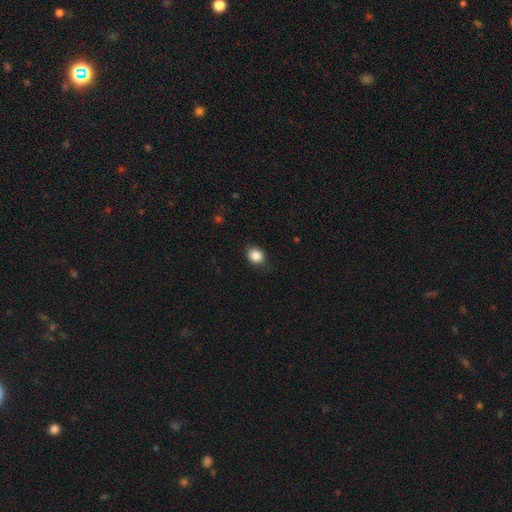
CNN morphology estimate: This appears to be a smooth galaxy with no disk features (85%) that is round (58%). Merging: none (81%).